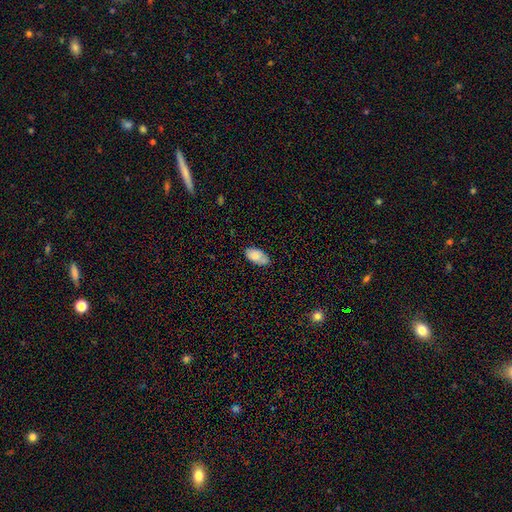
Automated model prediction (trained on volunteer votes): Overall: smooth (81%). How rounded: in between (95%). Merging: none (70%).